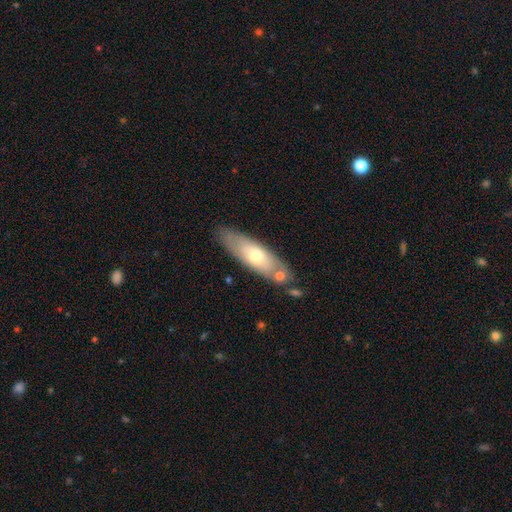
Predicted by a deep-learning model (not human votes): Smooth or featured? Predicted: smooth (p=0.54). How rounded? Predicted: in between (p=0.49). Merging? Predicted: none (p=0.72).